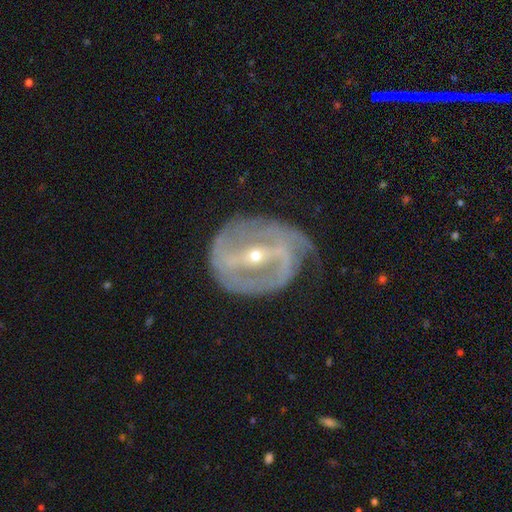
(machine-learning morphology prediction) Overall: featured or disk (87%). Edge-on disk: no (94%). Bar: strong (64%; weak 24%). Spiral arms: yes (86%). Spiral arm count: 2 (62%). Spiral winding: tight (44%; medium 39%). Bulge size: small (70%). Merging: none (55%; minor disturbance 25%).